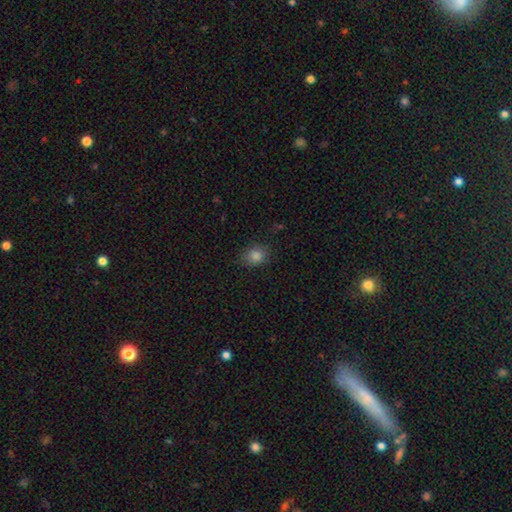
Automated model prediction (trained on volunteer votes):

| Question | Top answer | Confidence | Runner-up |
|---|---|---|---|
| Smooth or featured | smooth | 82% | star or artifact (12%) |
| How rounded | round | 50% | in between (49%) |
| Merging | none | 82% | minor disturbance (14%) |